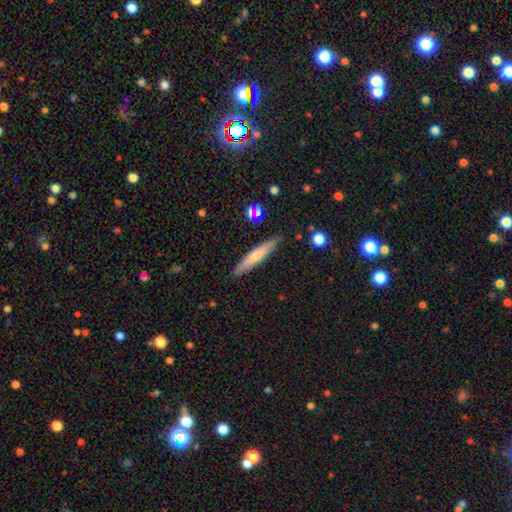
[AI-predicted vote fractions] Overall: smooth (60%; featured or disk 34%). How rounded: cigar-shaped (92%). Merging: none (87%).